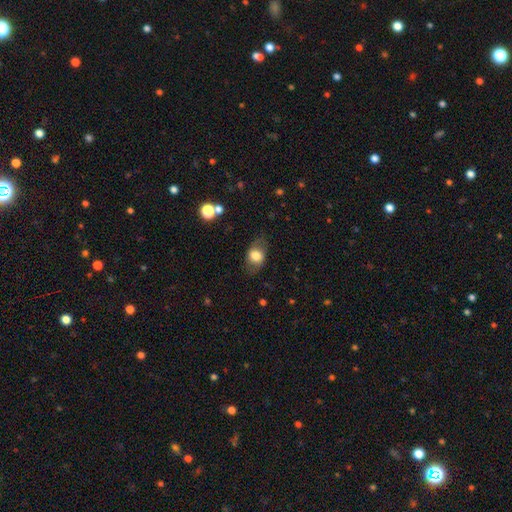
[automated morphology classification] Smooth or featured? smooth (67%)
How rounded? in between (72%)
Merging? none (73%)